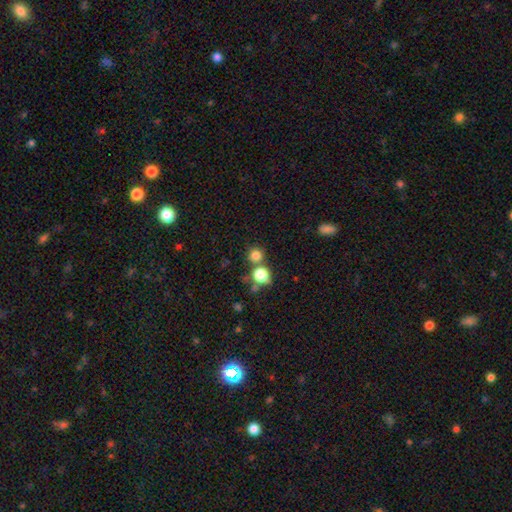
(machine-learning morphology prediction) smooth-or-featured: smooth: 79% | star or artifact: 14% | featured or disk: 7%
  how-rounded: round: 91% | in between: 8% | cigar-shaped: 1%
  merging: none: 64% | merger: 25% | minor disturbance: 8% | major disturbance: 4%